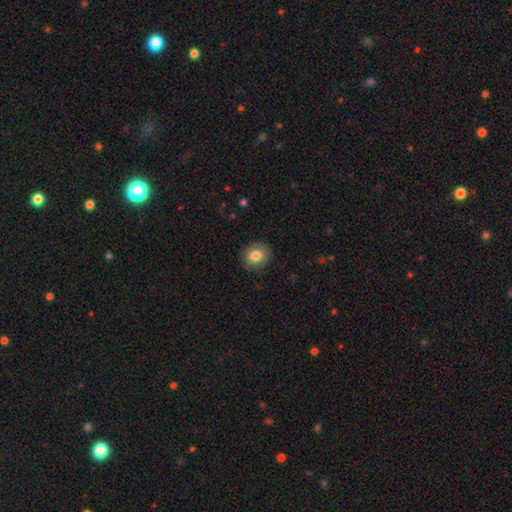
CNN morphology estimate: Smooth or featured?
  - smooth: 79% *
  - featured or disk: 13%
  - star or artifact: 8%
How rounded?
  - round: 64% *
  - in between: 35%
  - cigar-shaped: 1%
Merging?
  - none: 86% *
  - minor disturbance: 10%
  - major disturbance: 3%
  - merger: 1%